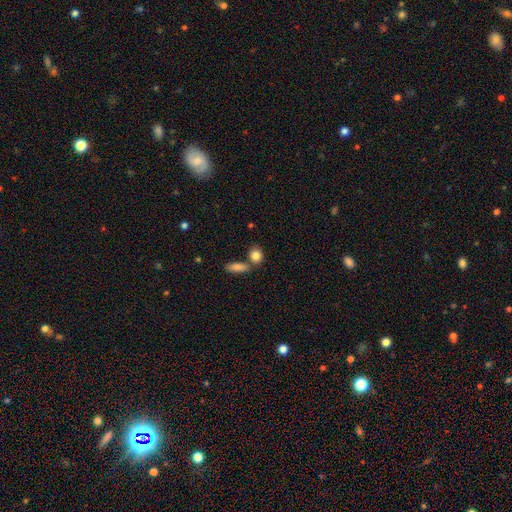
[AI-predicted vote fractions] Morphology: type=smooth (84%); roundness=round (53%); merging=none (63%).